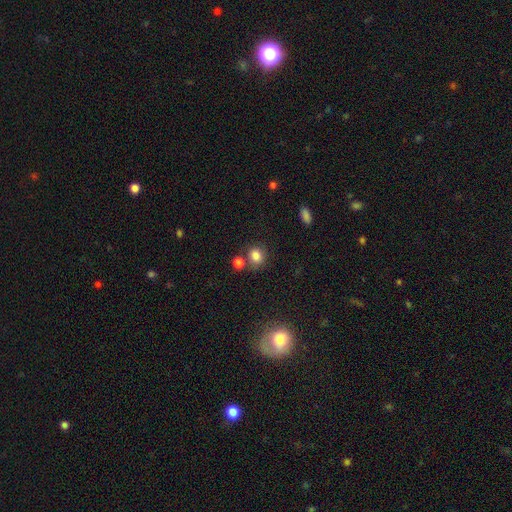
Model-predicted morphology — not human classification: A smooth galaxy with no disk features (82%) that is round (75%). Merging: none (69%).